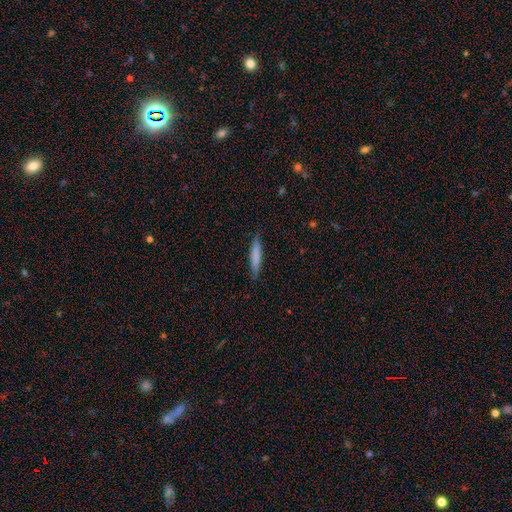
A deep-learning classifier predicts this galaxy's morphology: A smooth galaxy with no disk features (75%) that is cigar-shaped (91%).

Vote fractions:
- Smooth or featured? smooth: 75% / featured or disk: 19% / star or artifact: 6%
- How rounded? cigar-shaped: 91% / in between: 7% / round: 1%
- Merging? none: 86% / minor disturbance: 11% / major disturbance: 2% / merger: 1%